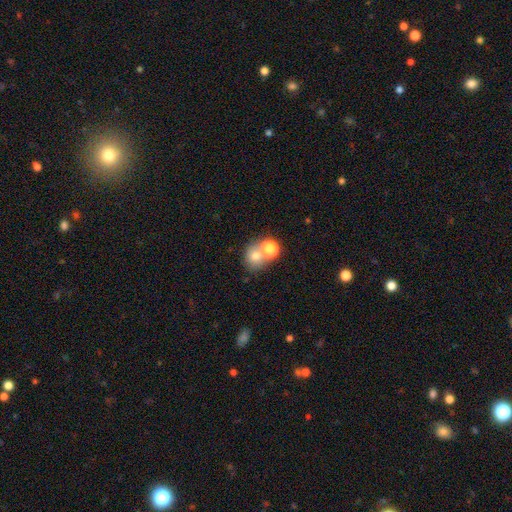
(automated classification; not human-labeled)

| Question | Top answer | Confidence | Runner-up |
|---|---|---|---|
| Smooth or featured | smooth | 73% | star or artifact (15%) |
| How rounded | round | 75% | in between (24%) |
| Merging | none | 46% | merger (42%) |